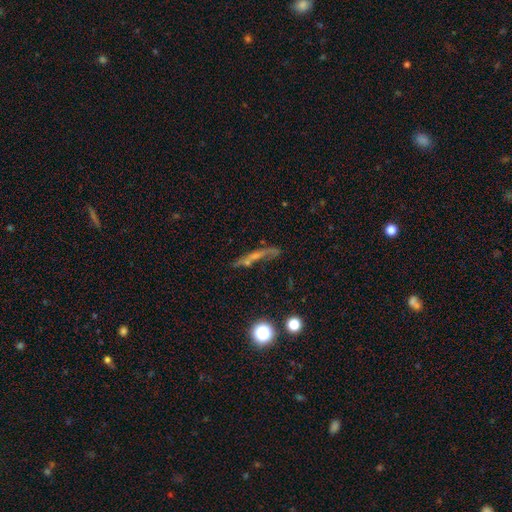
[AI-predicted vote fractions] This is possibly a featured or disk galaxy (46%). Merging: possibly none (56%).